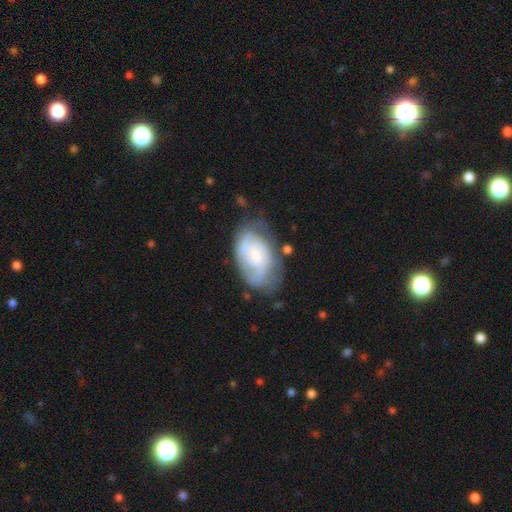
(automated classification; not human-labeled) Smooth or featured? Predicted: featured or disk (p=0.59). Edge-on disk? Predicted: no (p=0.96). Bar? Predicted: no (p=0.64). Spiral arms? Predicted: yes (p=0.81). Bulge size? Predicted: small (p=0.51). Merging? Predicted: none (p=0.54).